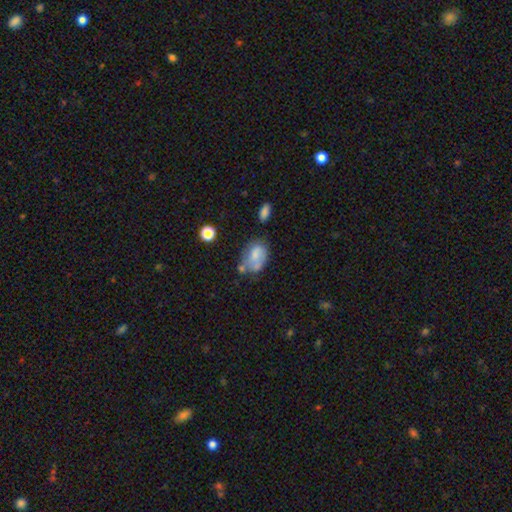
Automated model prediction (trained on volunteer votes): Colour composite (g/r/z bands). It shows a smooth galaxy with no disk features (67%) that is in between round and cigar-shaped (80%). Merging: none (39%).